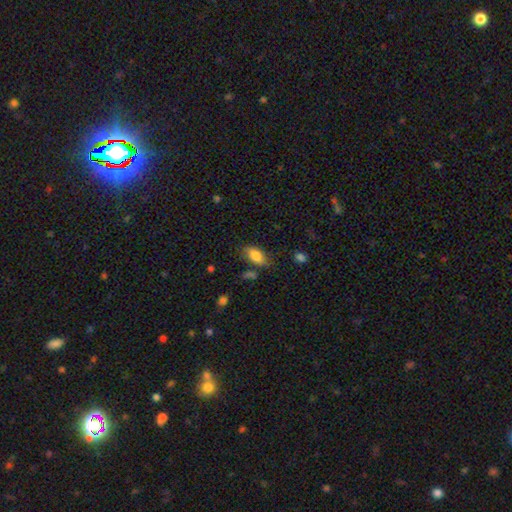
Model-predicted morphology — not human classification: This is clearly a smooth galaxy (83%). How rounded: clearly in between (90%). Merging: likely none (71%).